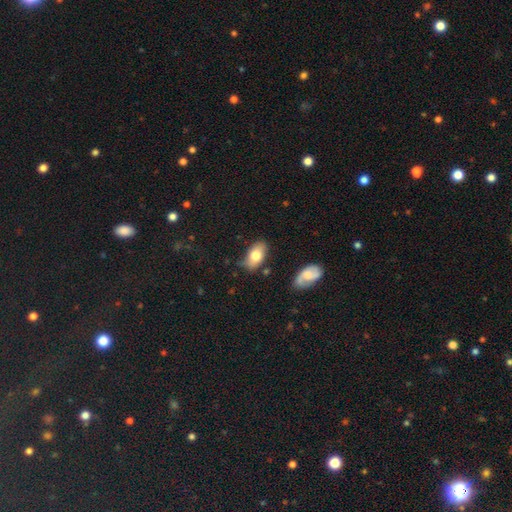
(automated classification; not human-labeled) A smooth galaxy with no disk features (75%) that is in between round and cigar-shaped (92%). Merging: none (66%).